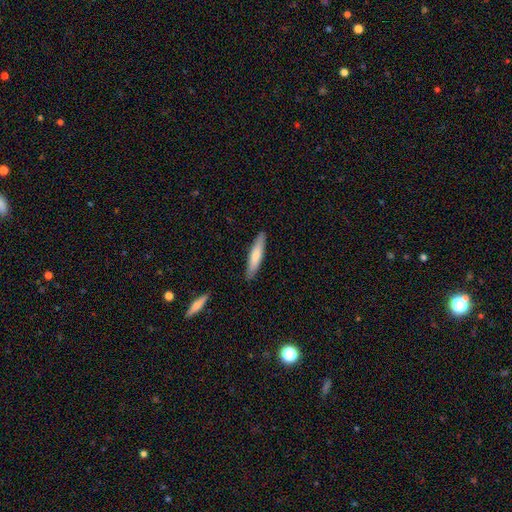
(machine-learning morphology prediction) Smooth or featured? Predicted: smooth (p=0.72). How rounded? Predicted: cigar-shaped (p=0.86). Merging? Predicted: none (p=0.90).